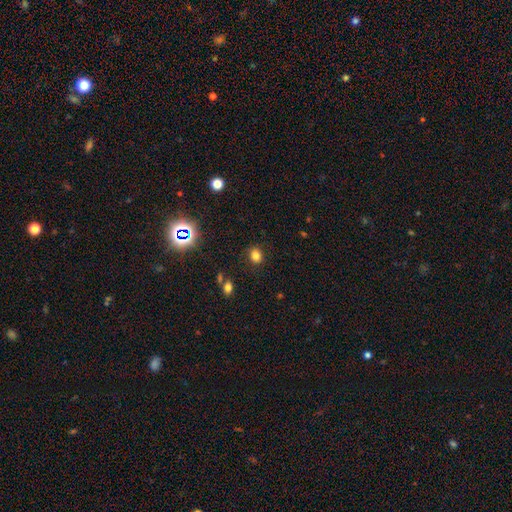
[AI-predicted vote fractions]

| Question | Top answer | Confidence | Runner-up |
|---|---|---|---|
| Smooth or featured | smooth | 77% | star or artifact (17%) |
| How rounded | round | 59% | in between (40%) |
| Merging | none | 86% | minor disturbance (9%) |